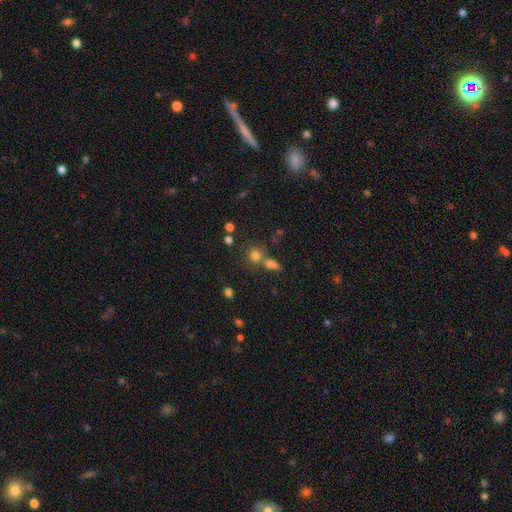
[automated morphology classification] smooth 73%, star or artifact 18%, featured or disk 9%. Down the decision tree: how rounded — round (84%); merging — none (60%).